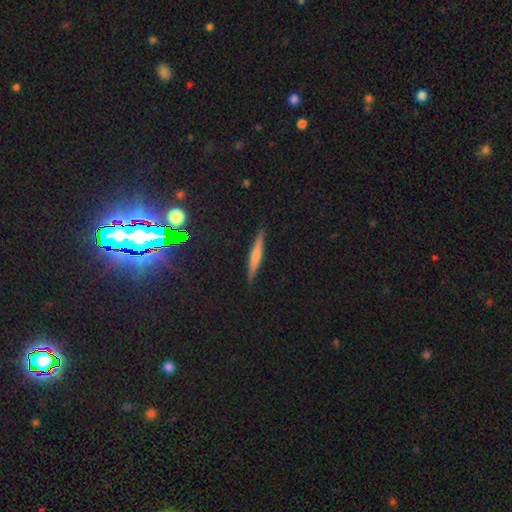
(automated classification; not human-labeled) This appears to be a smooth galaxy with no disk features (49%). Merging: none (90%).